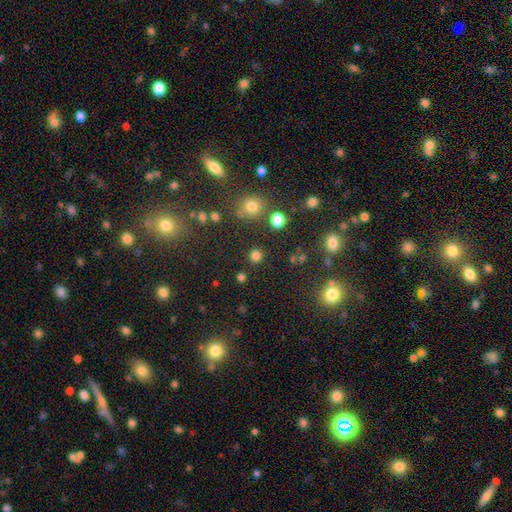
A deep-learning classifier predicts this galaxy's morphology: smooth 77%, star or artifact 18%, featured or disk 4%. Down the decision tree: how rounded — round (91%); merging — none (86%).